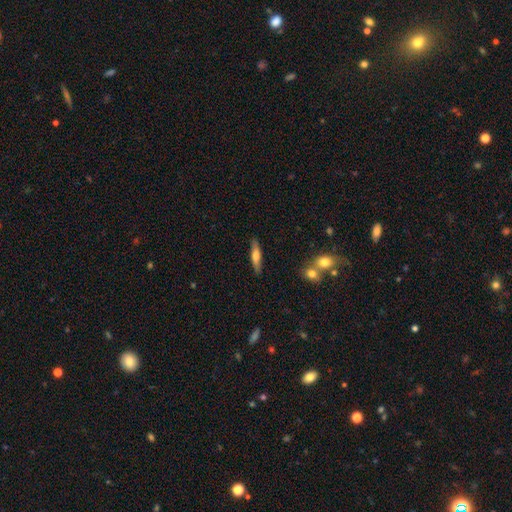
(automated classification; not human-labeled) Smooth or featured: smooth — 55% (featured or disk — 38%)
How rounded: cigar-shaped — 80% (in between — 18%)
Merging: none — 85% (minor disturbance — 10%)